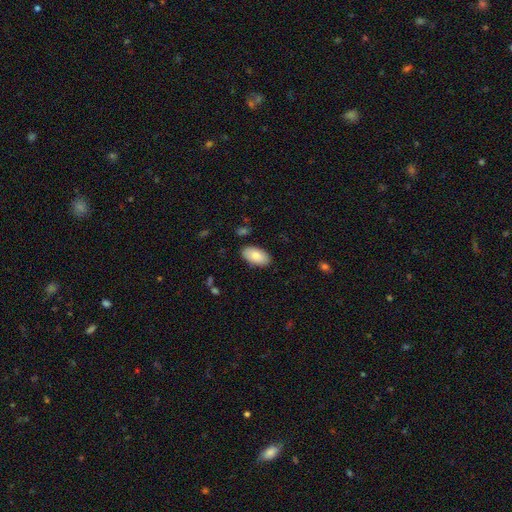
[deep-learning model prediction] Morphology: type=smooth (84%); roundness=in between (95%); merging=none (87%).